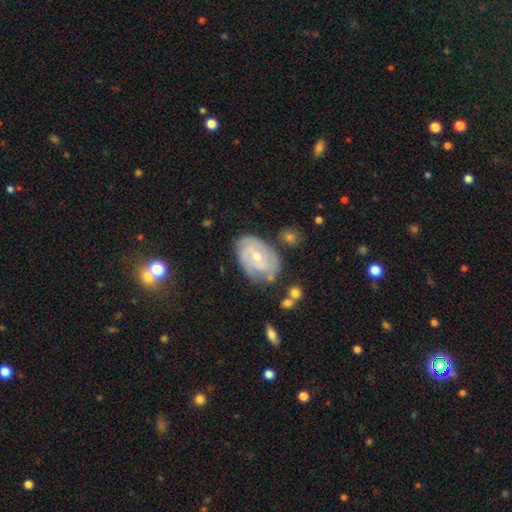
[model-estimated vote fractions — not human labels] This appears to be a featured or disk galaxy (75%) with no bar (55%), tight (62%) spiral arms (88%) and a small central bulge (56%). Merging: none (68%).